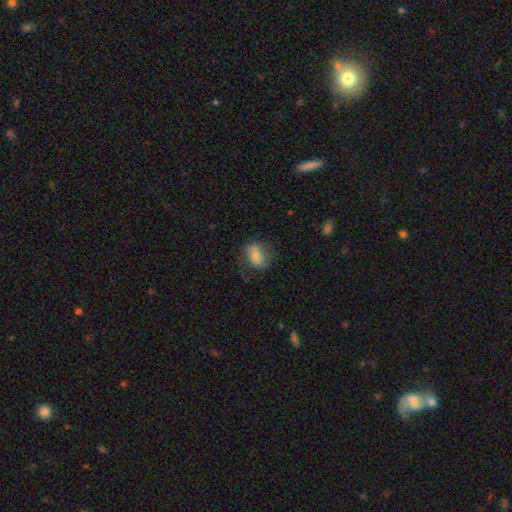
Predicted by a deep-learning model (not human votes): The model was most divided on "how rounded": in between: 60%, round: 39%, cigar-shaped: 2%. More confident: merging — none (67%); smooth or featured — smooth (60%).